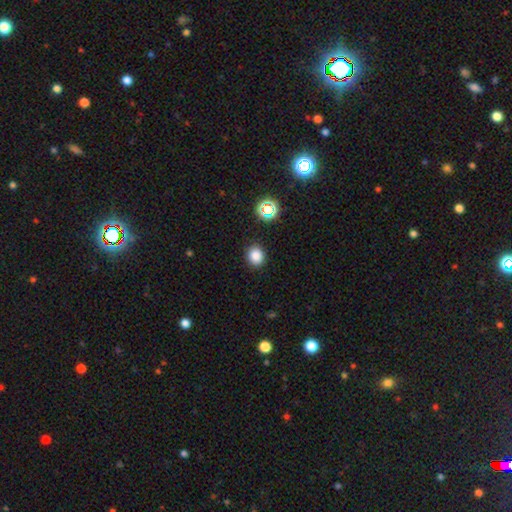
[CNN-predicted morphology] A smooth galaxy with no disk features (82%) that is round (74%).

Vote fractions:
- Smooth or featured? smooth: 82% / star or artifact: 14% / featured or disk: 4%
- How rounded? round: 74% / in between: 25% / cigar-shaped: 1%
- Merging? none: 88% / minor disturbance: 8% / major disturbance: 2% / merger: 2%